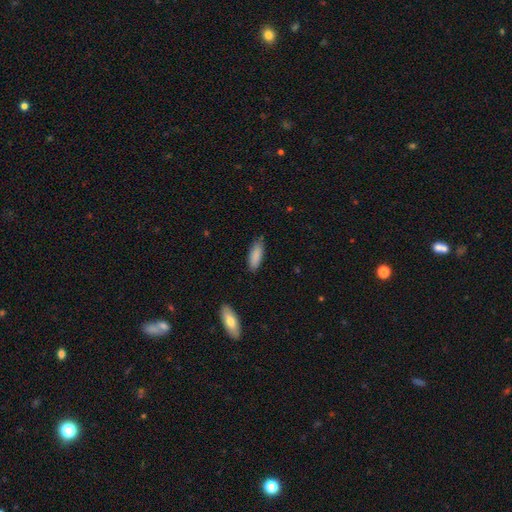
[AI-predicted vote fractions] smooth 88%, star or artifact 6%, featured or disk 6%. Down the decision tree: how rounded — in between (64%); merging — none (80%).